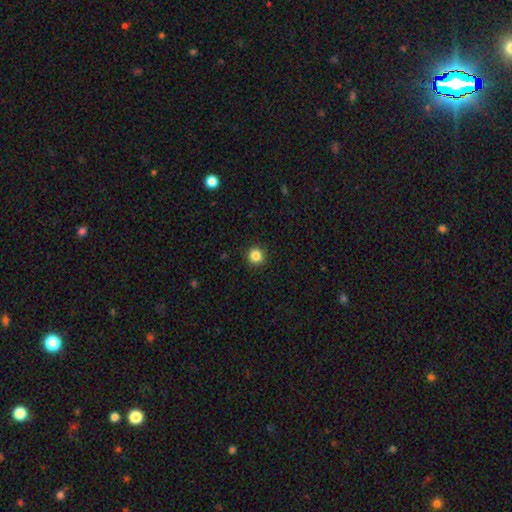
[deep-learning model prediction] A smooth galaxy with no disk features (85%) that is round (95%).

Vote fractions:
- Smooth or featured? smooth: 85% / star or artifact: 11% / featured or disk: 4%
- How rounded? round: 95% / in between: 4% / cigar-shaped: 1%
- Merging? none: 93% / minor disturbance: 5% / major disturbance: 2% / merger: 1%